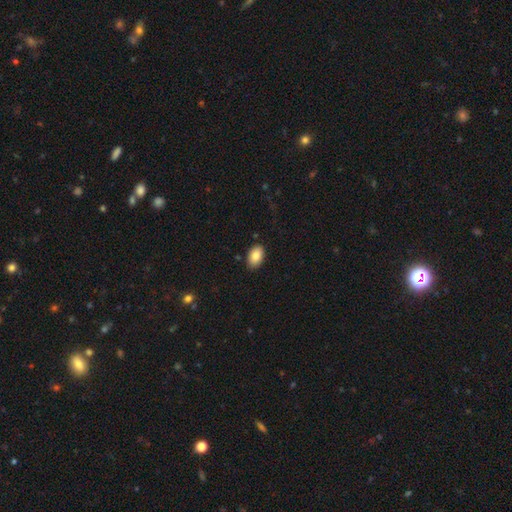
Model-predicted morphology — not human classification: Smooth or featured? smooth (87%)
How rounded? in between (92%)
Merging? none (88%)